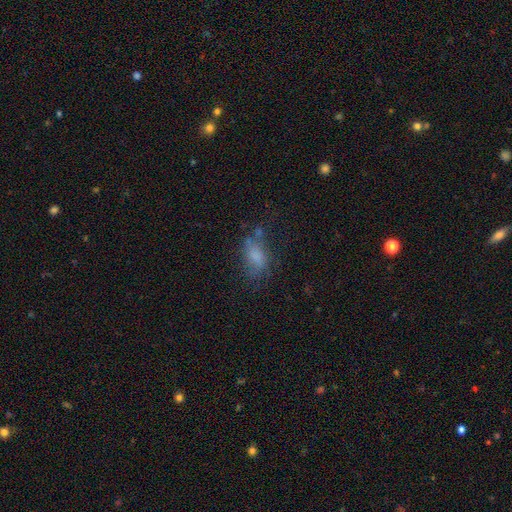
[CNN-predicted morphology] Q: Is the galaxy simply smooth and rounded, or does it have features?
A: smooth — 67%.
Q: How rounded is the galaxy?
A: in between — 85%.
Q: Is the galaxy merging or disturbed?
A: none — 46%.